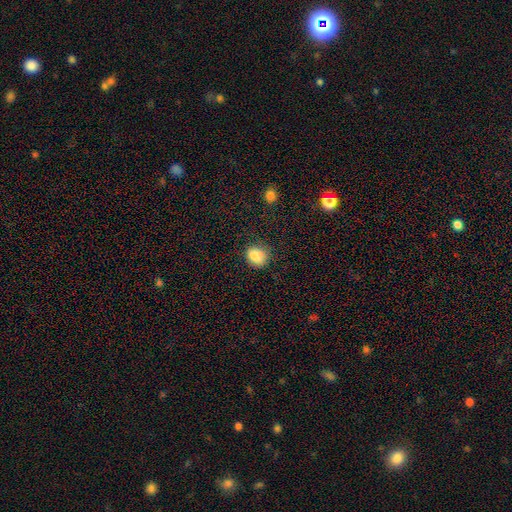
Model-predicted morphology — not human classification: Smooth or featured: smooth — 85% (star or artifact — 10%)
How rounded: round — 59% (in between — 41%)
Merging: none — 72% (minor disturbance — 20%)